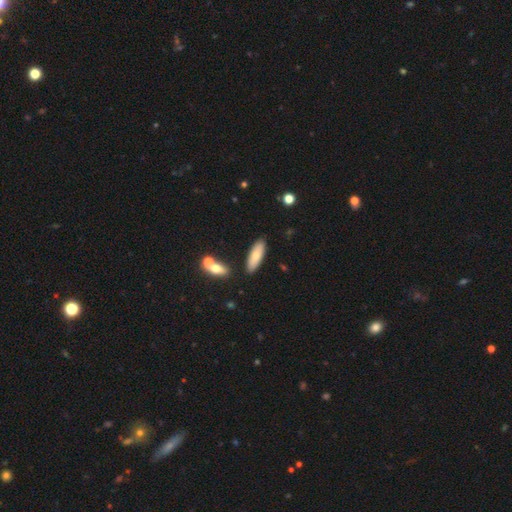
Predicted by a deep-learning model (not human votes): smooth 74%, featured or disk 19%, star or artifact 6%. Down the decision tree: how rounded — in between (52%); merging — none (84%).